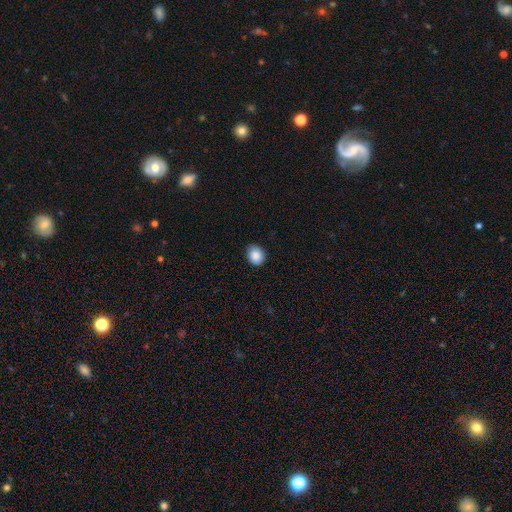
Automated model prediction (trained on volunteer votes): smooth_or_featured: smooth (p=0.89) [alt: star or artifact p=0.08]
how_rounded: in between (p=0.50) [alt: round p=0.49]
merging: none (p=0.86) [alt: minor disturbance p=0.11]